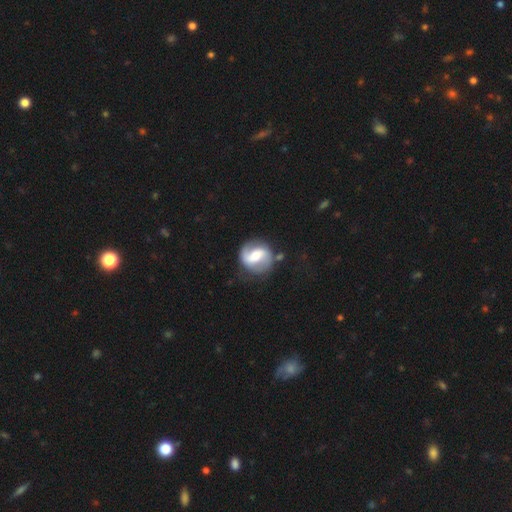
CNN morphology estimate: This is clearly a featured or disk galaxy (81%). It is clearly not viewed edge-on (98%). Bar: marginally weak (42%). Spiral arm pattern: clearly yes (92%). Spiral arm count: clearly 2 (89%). Spiral winding: possibly medium (46%). Central bulge: likely moderate (63%). Merging: likely none (78%).